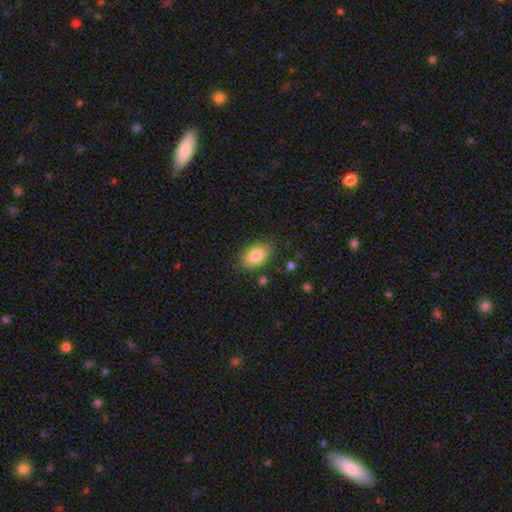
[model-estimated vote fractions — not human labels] Smooth or featured: smooth — 82% (featured or disk — 10%)
How rounded: in between — 90% (round — 8%)
Merging: none — 84% (minor disturbance — 12%)